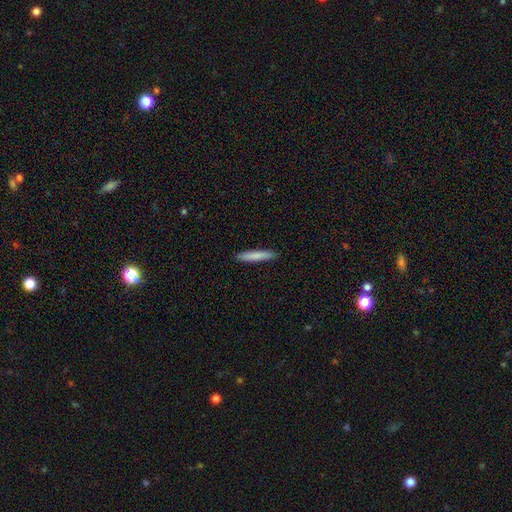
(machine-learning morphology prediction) smooth 82%, featured or disk 12%, star or artifact 6%. Down the decision tree: how rounded — cigar-shaped (93%); merging — none (91%).